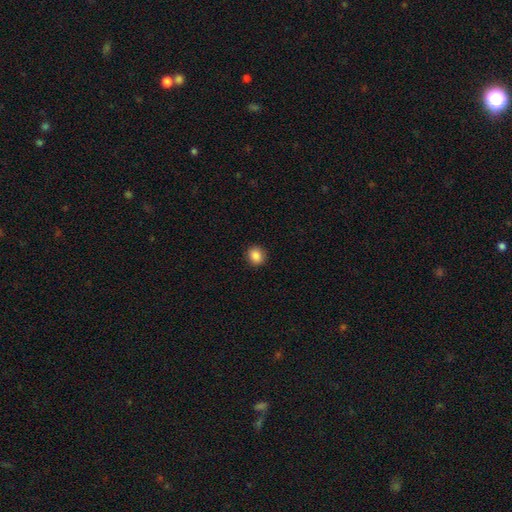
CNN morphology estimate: This is clearly a smooth galaxy (87%). How rounded: likely round (78%). Merging: clearly none (91%).